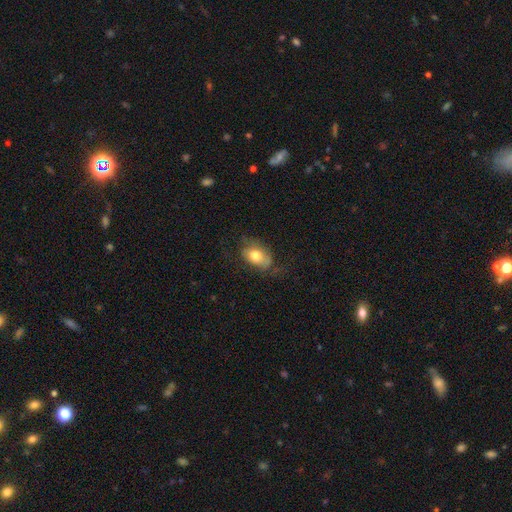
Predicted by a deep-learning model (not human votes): This appears to be a smooth galaxy with no disk features (70%) that is in between round and cigar-shaped (85%). Merging: none (54%).